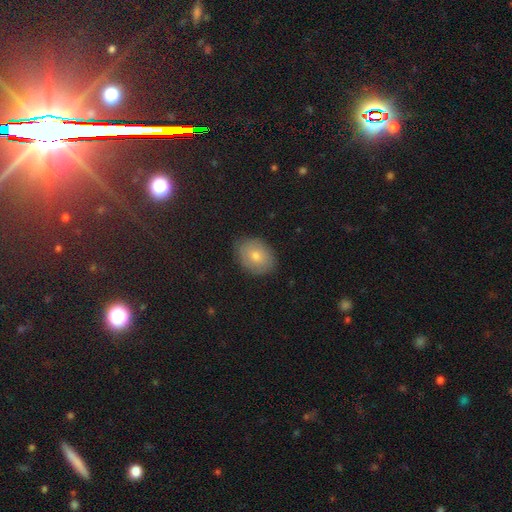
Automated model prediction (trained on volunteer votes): A smooth galaxy with no disk features (64%) that is in between round and cigar-shaped (67%). Merging: none (85%).